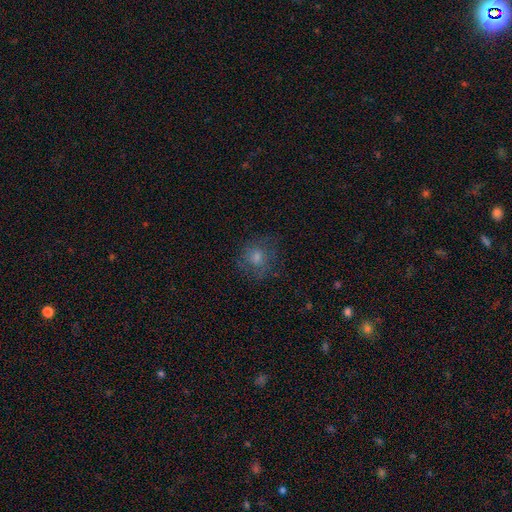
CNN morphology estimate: Smooth or featured: smooth — 54% (featured or disk — 26%)
How rounded: round — 83% (in between — 16%)
Merging: none — 74% (minor disturbance — 16%)